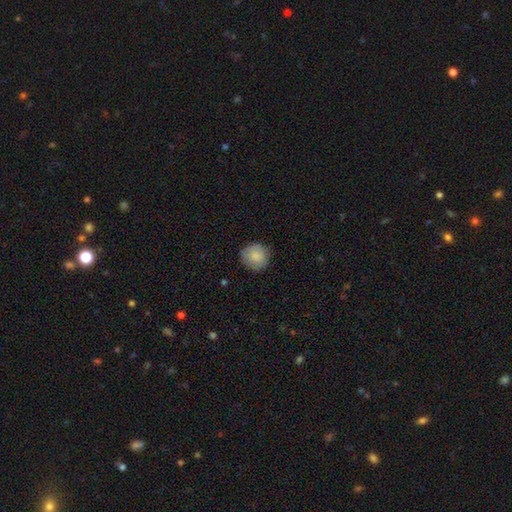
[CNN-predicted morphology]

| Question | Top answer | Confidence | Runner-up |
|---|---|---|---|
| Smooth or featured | smooth | 85% | featured or disk (9%) |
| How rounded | round | 92% | in between (8%) |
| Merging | none | 83% | minor disturbance (13%) |